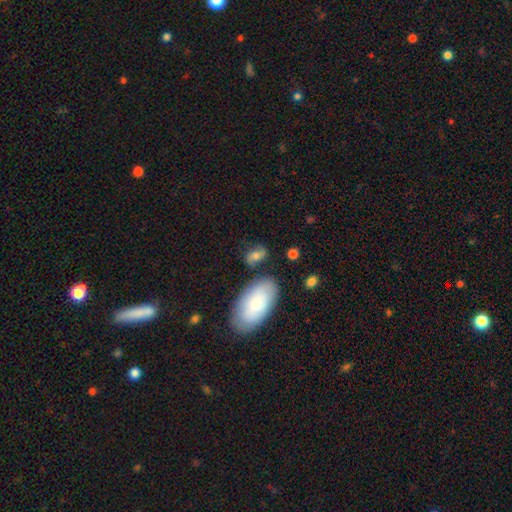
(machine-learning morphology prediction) smooth_or_featured: smooth (p=0.67) [alt: featured or disk p=0.23]
how_rounded: in between (p=0.82) [alt: round p=0.14]
merging: none (p=0.61) [alt: minor disturbance p=0.21]